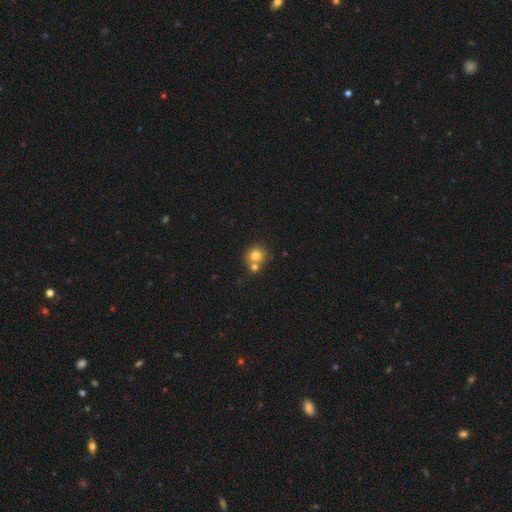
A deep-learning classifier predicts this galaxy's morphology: Smooth or featured?
  - smooth: 78% *
  - featured or disk: 11%
  - star or artifact: 11%
How rounded?
  - round: 88% *
  - in between: 12%
  - cigar-shaped: 1%
Merging?
  - none: 52% *
  - merger: 37%
  - minor disturbance: 8%
  - major disturbance: 3%